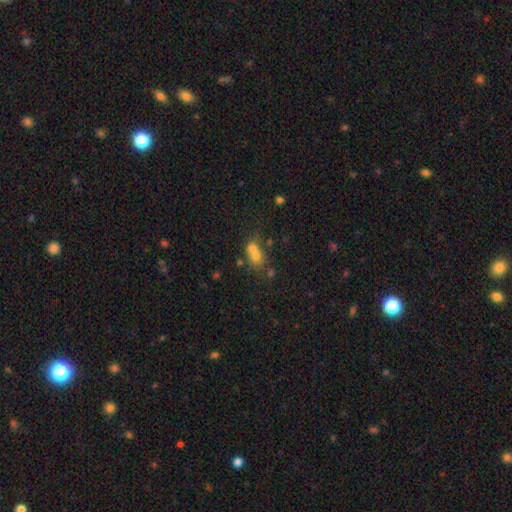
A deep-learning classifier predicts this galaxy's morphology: The model was most divided on "how rounded": round: 61%, in between: 37%, cigar-shaped: 2%. More confident: smooth or featured — smooth (64%); merging — merger (62%).